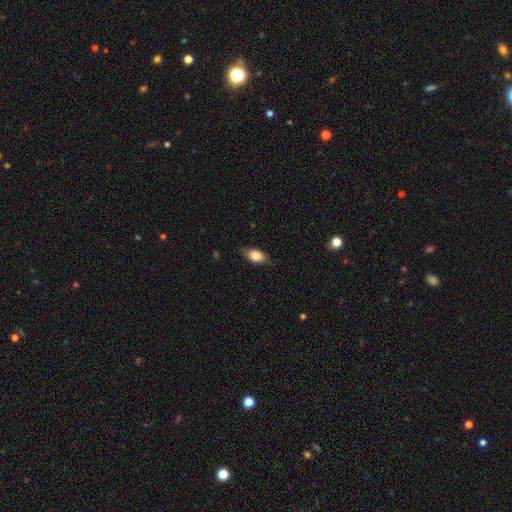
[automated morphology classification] smooth-or-featured: smooth: 78% | featured or disk: 15% | star or artifact: 7%
  how-rounded: in between: 86% | cigar-shaped: 8% | round: 6%
  merging: none: 81% | minor disturbance: 15% | major disturbance: 3% | merger: 1%